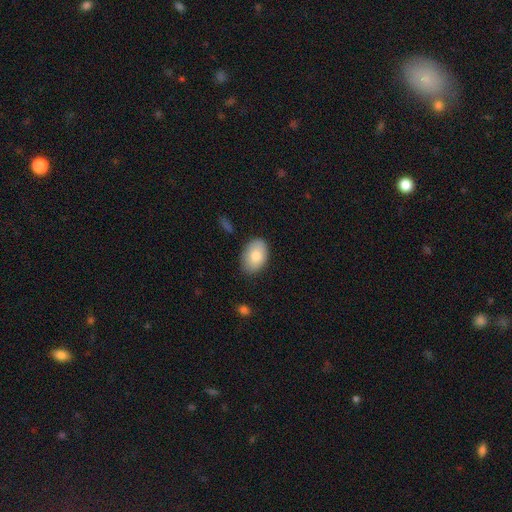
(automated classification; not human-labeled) A smooth galaxy with no disk features (81%) that is in between round and cigar-shaped (88%). Merging: none (81%).